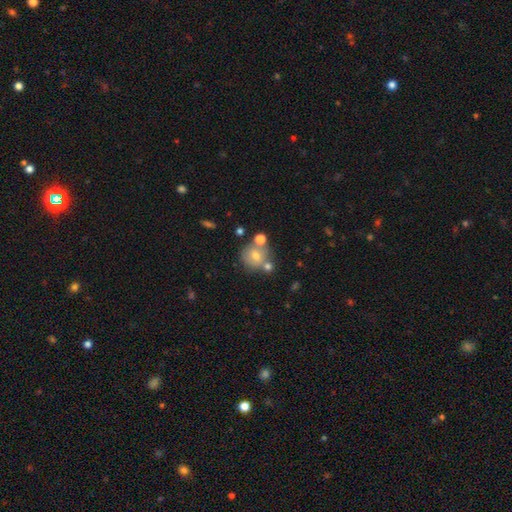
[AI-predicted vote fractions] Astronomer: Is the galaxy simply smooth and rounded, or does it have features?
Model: smooth — 66%.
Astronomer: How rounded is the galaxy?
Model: round — 85%.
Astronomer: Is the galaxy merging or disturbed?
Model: none — 56%.